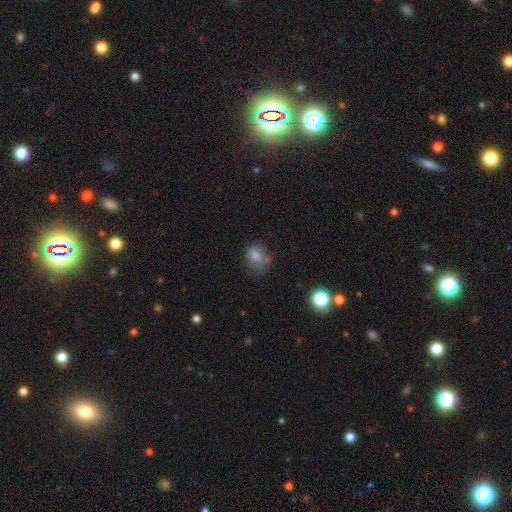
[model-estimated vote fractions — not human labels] Smooth or featured? Predicted: smooth (p=0.73). How rounded? Predicted: round (p=0.52). Merging? Predicted: none (p=0.55).